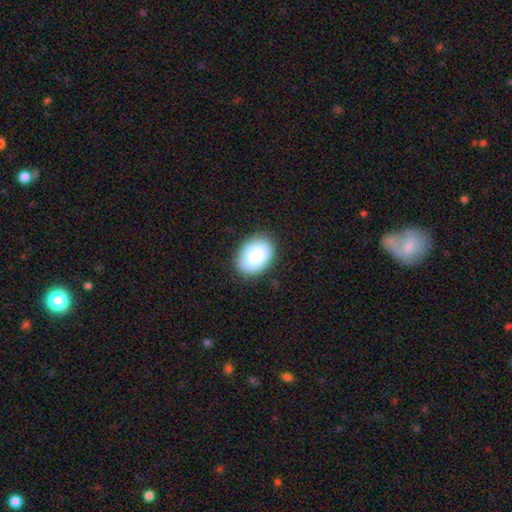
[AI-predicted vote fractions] A smooth galaxy with no disk features (82%) that is in between round and cigar-shaped (77%).

Vote fractions:
- Smooth or featured? smooth: 82% / featured or disk: 11% / star or artifact: 7%
- How rounded? in between: 77% / round: 22% / cigar-shaped: 1%
- Merging? none: 82% / minor disturbance: 14% / major disturbance: 3% / merger: 1%